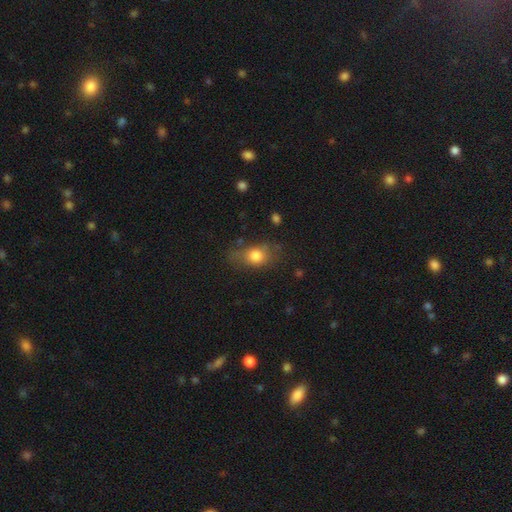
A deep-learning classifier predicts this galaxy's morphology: smooth-or-featured: smooth: 77% | featured or disk: 14% | star or artifact: 9%
  how-rounded: in between: 66% | round: 31% | cigar-shaped: 3%
  merging: none: 60% | minor disturbance: 25% | major disturbance: 12% | merger: 3%